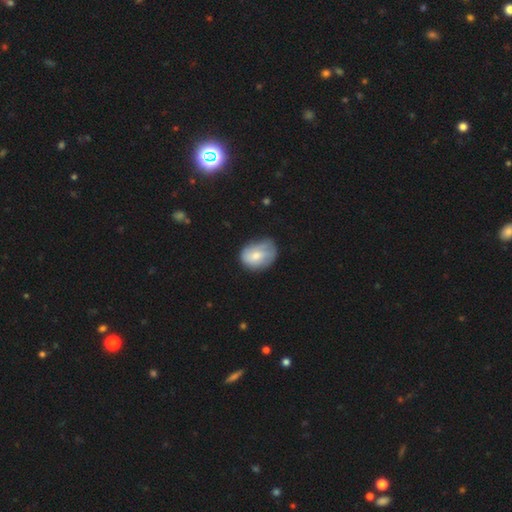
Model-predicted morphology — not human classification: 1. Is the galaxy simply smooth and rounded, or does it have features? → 61% smooth, 33% featured or disk, 6% star or artifact.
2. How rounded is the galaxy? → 63% in between, 36% round, 1% cigar-shaped.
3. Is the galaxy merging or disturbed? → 53% none, 33% minor disturbance, 12% major disturbance, 2% merger.